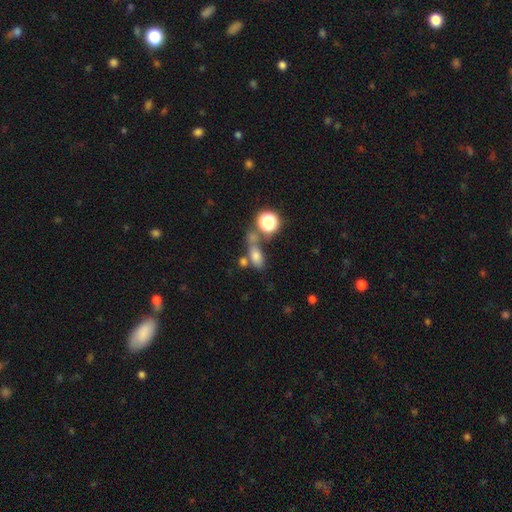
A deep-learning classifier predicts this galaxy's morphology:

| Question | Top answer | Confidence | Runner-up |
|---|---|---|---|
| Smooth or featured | smooth | 72% | star or artifact (16%) |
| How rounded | in between | 72% | round (17%) |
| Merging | none | 46% | merger (31%) |